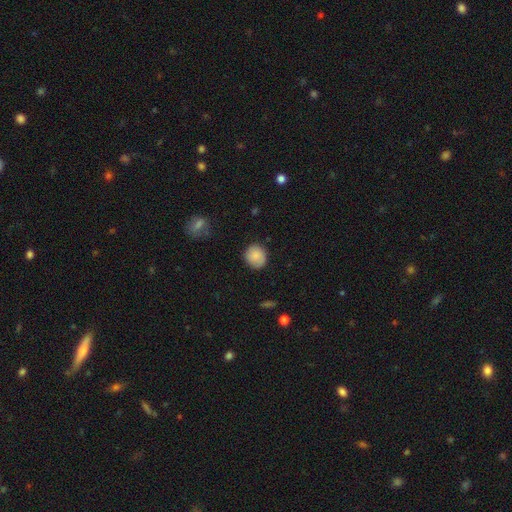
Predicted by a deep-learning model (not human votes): Smooth or featured? smooth (87%)
How rounded? round (81%)
Merging? none (85%)